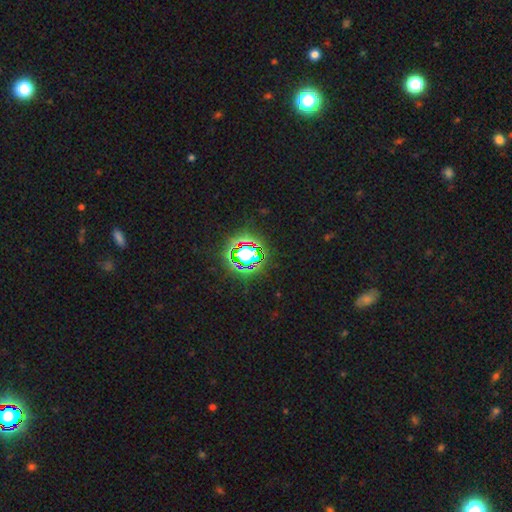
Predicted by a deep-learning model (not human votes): star or artifact 77%, smooth 15%, featured or disk 8%.